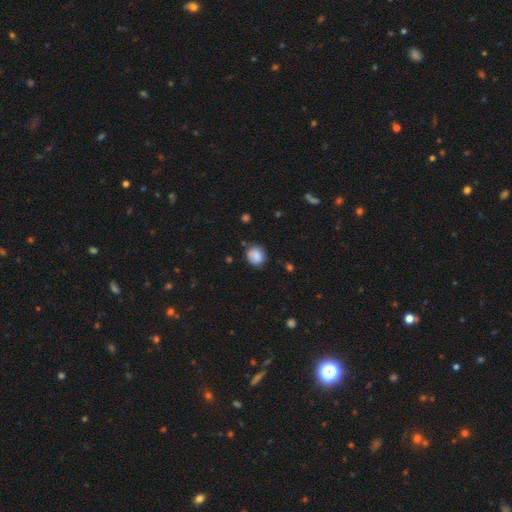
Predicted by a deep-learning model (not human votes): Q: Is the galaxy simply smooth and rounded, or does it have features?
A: smooth — 81%.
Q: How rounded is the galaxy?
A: round — 73%.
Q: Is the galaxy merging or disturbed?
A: none — 73%.